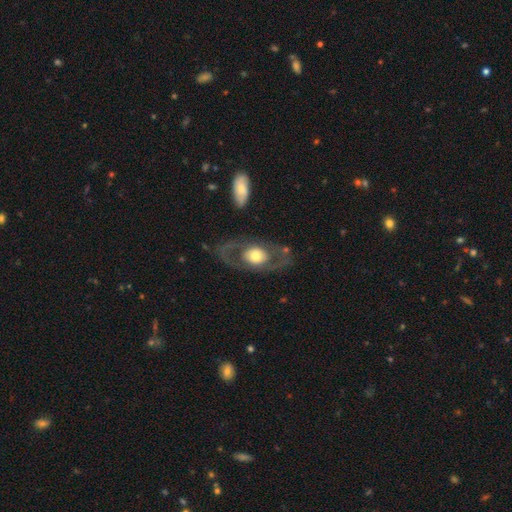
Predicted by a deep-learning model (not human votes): Overall: featured or disk (63%; smooth 31%). Edge-on disk: no (91%). Bar: no (82%). Spiral arms: no (58%; yes 42%). Bulge size: moderate (51%; large 31%). Merging: none (71%).